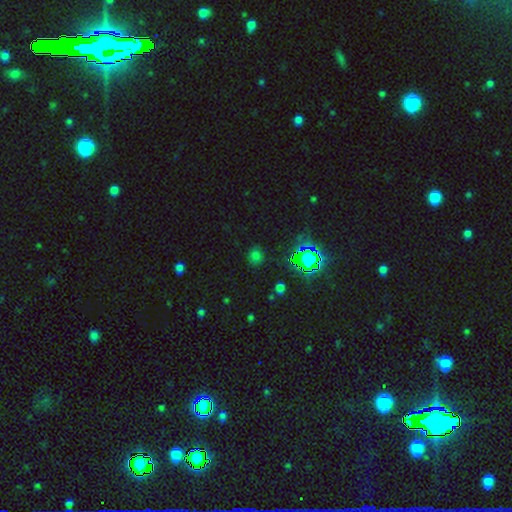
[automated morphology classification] The model was most divided on "smooth or featured": smooth: 58%, star or artifact: 36%, featured or disk: 6%. More confident: merging — none (84%); how rounded — round (79%).